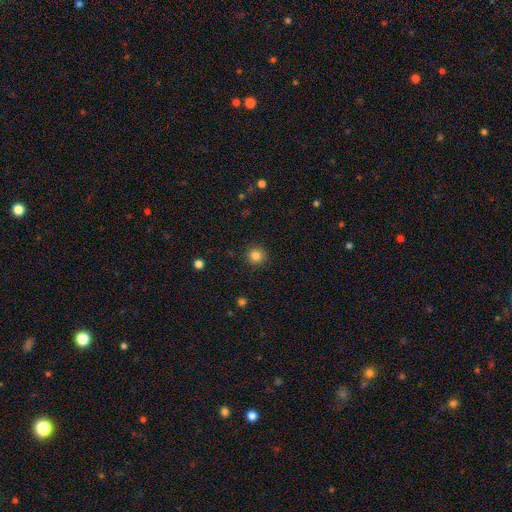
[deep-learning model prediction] The model was most divided on "smooth or featured": smooth: 84%, star or artifact: 11%, featured or disk: 4%. More confident: how rounded — round (94%); merging — none (90%).